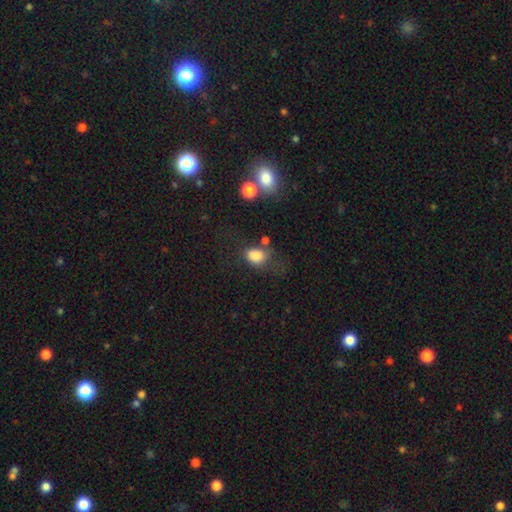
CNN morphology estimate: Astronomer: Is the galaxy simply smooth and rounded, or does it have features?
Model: smooth — 81%.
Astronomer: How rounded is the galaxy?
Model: in between — 67%.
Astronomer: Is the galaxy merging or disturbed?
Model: none — 42% (runner-up: minor disturbance, 26%).